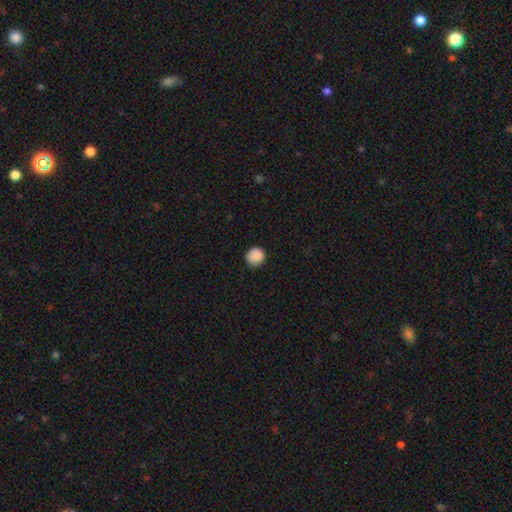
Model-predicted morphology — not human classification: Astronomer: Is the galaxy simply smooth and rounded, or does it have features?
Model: smooth — 88%.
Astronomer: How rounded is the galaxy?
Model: round — 92%.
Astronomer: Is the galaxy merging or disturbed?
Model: none — 86%.